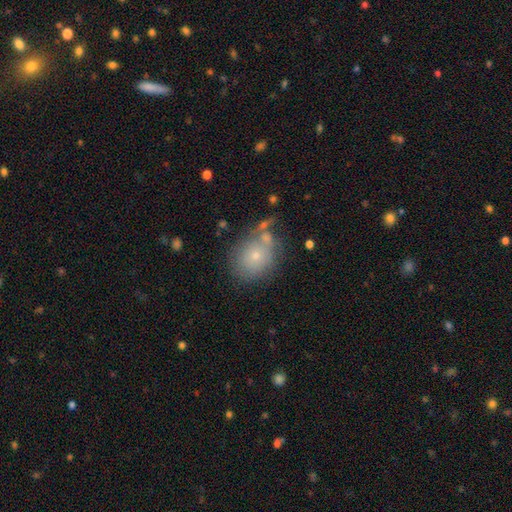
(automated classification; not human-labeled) smooth 67%, featured or disk 21%, star or artifact 11%. Down the decision tree: how rounded — round (61%); merging — none (57%).